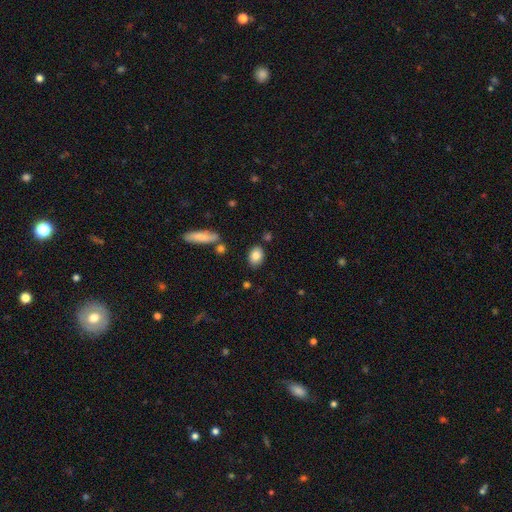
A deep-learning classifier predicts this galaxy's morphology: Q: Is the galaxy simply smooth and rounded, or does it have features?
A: smooth — 83%.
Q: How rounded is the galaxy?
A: in between — 79%.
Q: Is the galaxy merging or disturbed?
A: none — 82%.